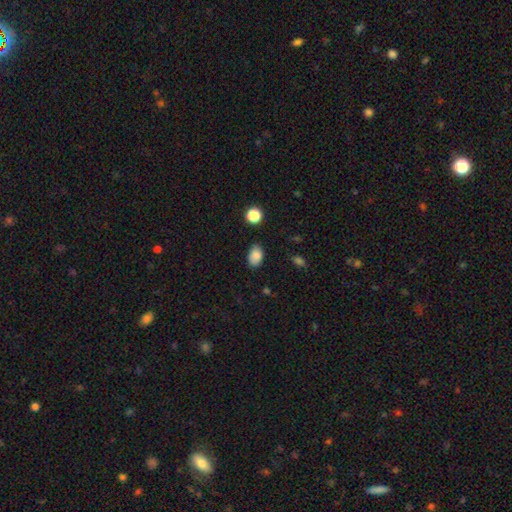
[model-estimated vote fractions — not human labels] Overall: smooth (86%). How rounded: in between (86%). Merging: none (81%).